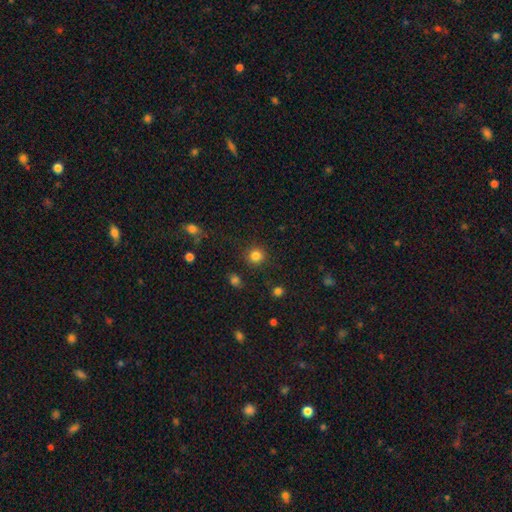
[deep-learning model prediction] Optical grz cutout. It shows a smooth galaxy with no disk features (83%) that is round (93%). Merging: none (89%).